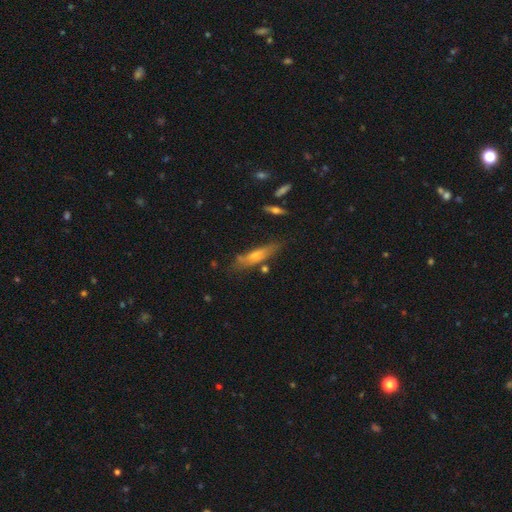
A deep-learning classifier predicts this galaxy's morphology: This is possibly a smooth galaxy (49%). Merging: likely none (70%).